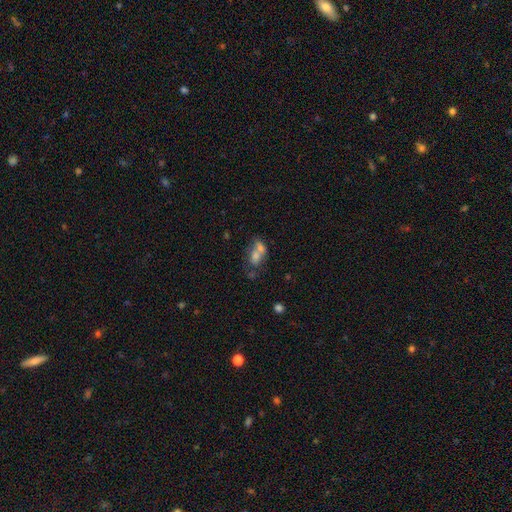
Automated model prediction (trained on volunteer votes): This appears to be a smooth galaxy with no disk features (65%) that is in between round and cigar-shaped (65%). Merging: merger (66%).